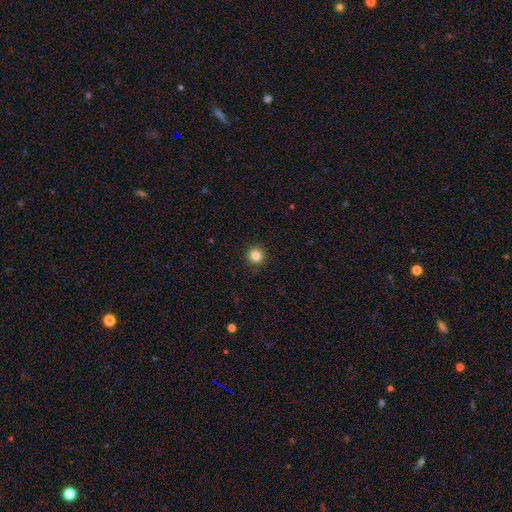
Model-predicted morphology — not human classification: smooth 85%, star or artifact 11%, featured or disk 4%. Down the decision tree: how rounded — round (96%); merging — none (92%).